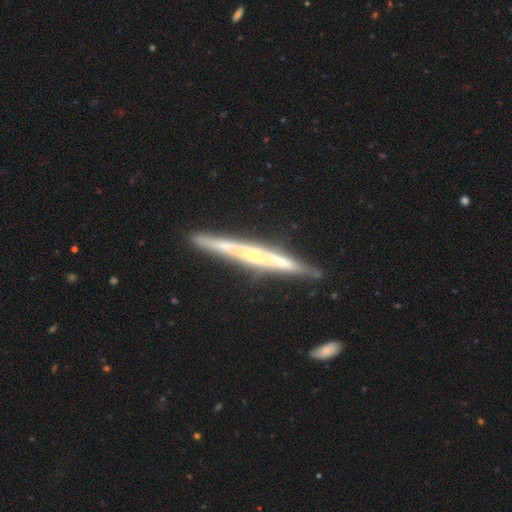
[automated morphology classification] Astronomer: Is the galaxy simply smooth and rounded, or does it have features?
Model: featured or disk — 73%.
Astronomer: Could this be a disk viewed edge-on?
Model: yes — 96%.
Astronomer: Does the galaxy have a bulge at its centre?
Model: none — 61%.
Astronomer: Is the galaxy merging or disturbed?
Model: none — 85%.